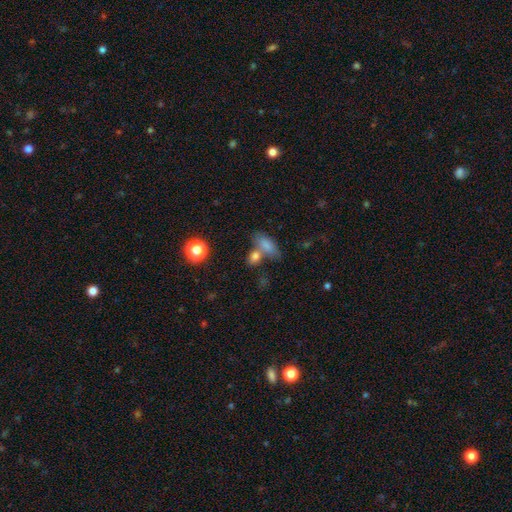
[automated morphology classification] A smooth galaxy with no disk features (78%) that is in between round and cigar-shaped (68%).

Vote fractions:
- Smooth or featured? smooth: 78% / star or artifact: 13% / featured or disk: 10%
- How rounded? in between: 68% / round: 22% / cigar-shaped: 9%
- Merging? none: 48% / merger: 37% / minor disturbance: 11% / major disturbance: 5%